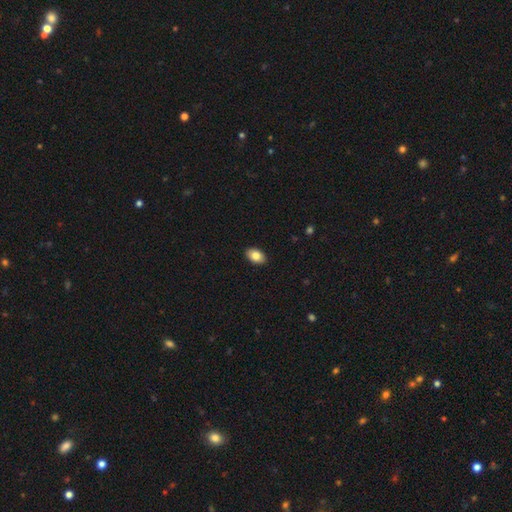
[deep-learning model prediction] Overall: smooth (83%). How rounded: in between (89%). Merging: none (91%).